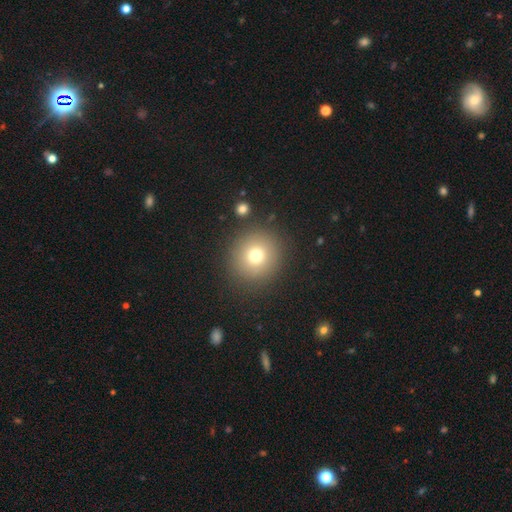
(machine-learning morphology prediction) This appears to be a smooth galaxy with no disk features (74%) that is round (92%). Merging: none (86%).